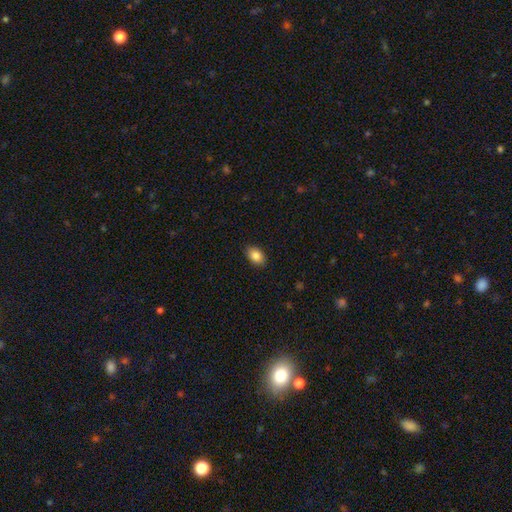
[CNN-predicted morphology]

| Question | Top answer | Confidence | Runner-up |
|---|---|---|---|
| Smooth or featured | smooth | 86% | star or artifact (8%) |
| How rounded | in between | 84% | round (15%) |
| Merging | none | 88% | minor disturbance (9%) |